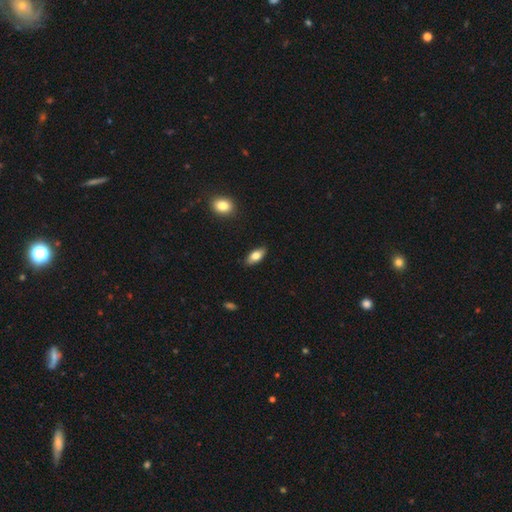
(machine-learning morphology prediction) smooth_or_featured: smooth (p=0.76) [alt: featured or disk p=0.17]
how_rounded: in between (p=0.86) [alt: cigar-shaped p=0.11]
merging: none (p=0.88) [alt: minor disturbance p=0.09]